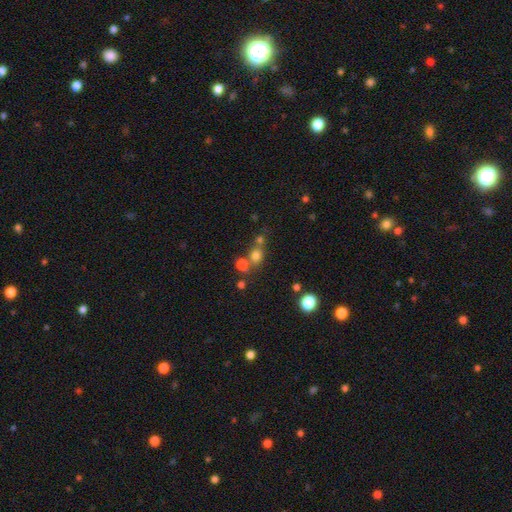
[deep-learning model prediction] A smooth galaxy with no disk features (71%) that is round (72%). Merging: none (52%).